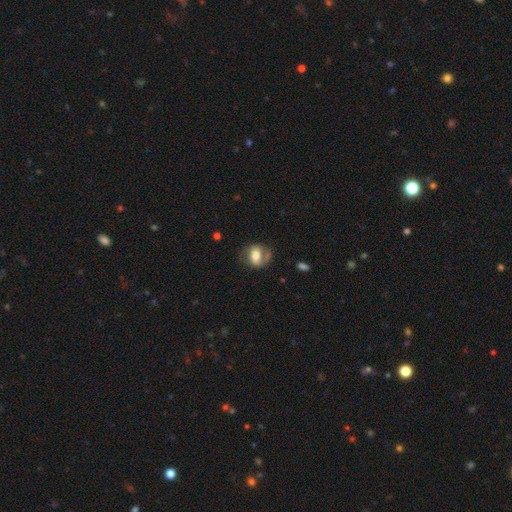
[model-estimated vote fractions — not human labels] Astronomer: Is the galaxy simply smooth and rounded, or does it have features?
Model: smooth — 48% (runner-up: featured or disk, 44%).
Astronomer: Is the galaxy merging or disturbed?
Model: none — 55%.